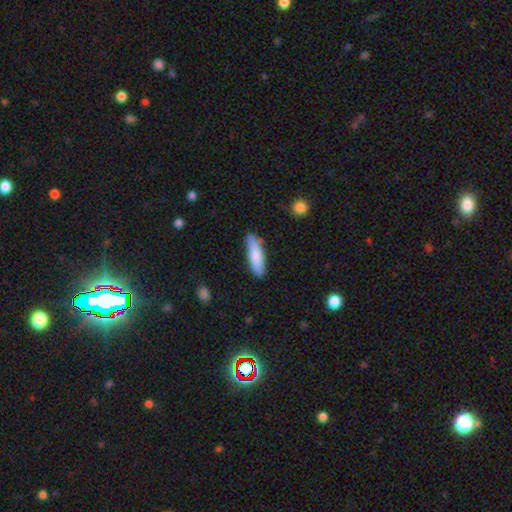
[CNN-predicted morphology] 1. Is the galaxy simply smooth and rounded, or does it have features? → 79% smooth, 15% featured or disk, 6% star or artifact.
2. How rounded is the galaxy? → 60% cigar-shaped, 39% in between, 2% round.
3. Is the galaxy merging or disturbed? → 76% none, 18% minor disturbance, 3% major disturbance, 3% merger.